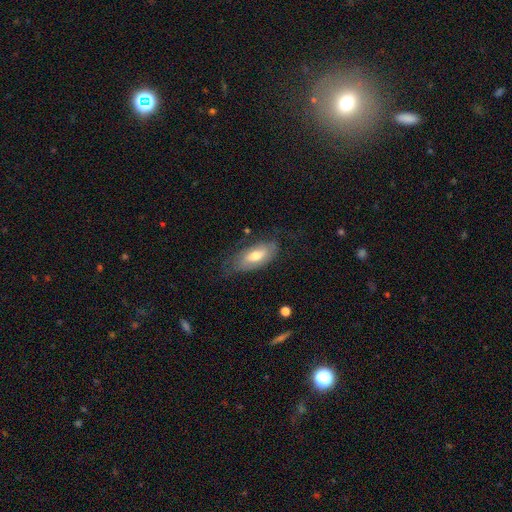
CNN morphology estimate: Q: Smooth or featured?
A: smooth (50%); runner-up: featured or disk (43%)
Q: How rounded?
A: in between (86%); runner-up: cigar-shaped (10%)
Q: Merging?
A: none (63%); runner-up: minor disturbance (24%)